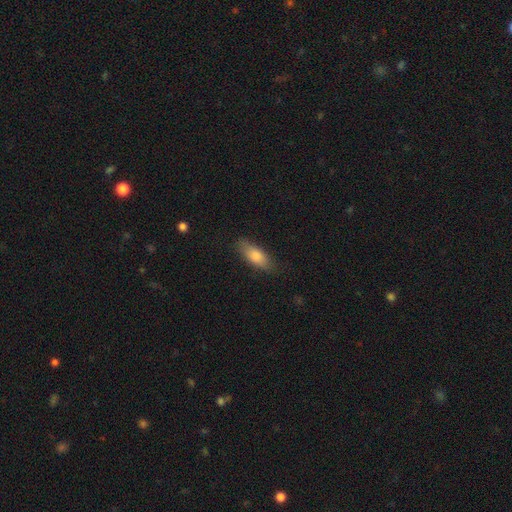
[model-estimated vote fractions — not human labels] Smooth or featured? smooth (78%)
How rounded? in between (71%)
Merging? none (81%)